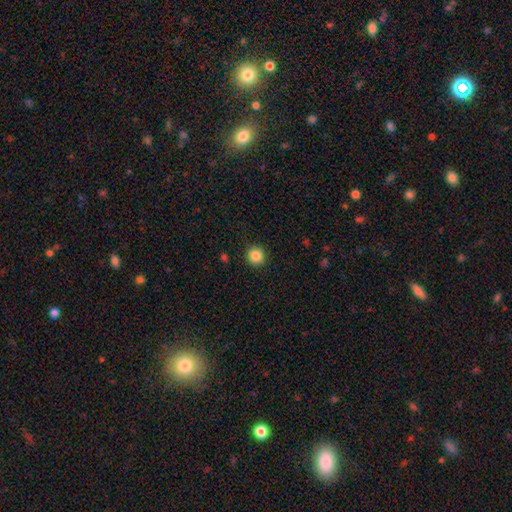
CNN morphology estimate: smooth-or-featured: smooth: 85% | star or artifact: 11% | featured or disk: 4%
  how-rounded: round: 94% | in between: 5% | cigar-shaped: 1%
  merging: none: 91% | minor disturbance: 6% | major disturbance: 2% | merger: 1%